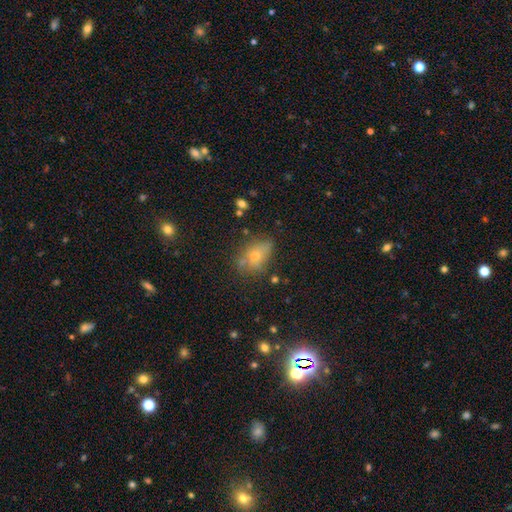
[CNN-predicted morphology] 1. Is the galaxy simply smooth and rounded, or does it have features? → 62% smooth, 24% featured or disk, 14% star or artifact.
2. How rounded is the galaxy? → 78% in between, 18% round, 4% cigar-shaped.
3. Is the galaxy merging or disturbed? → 61% none, 24% minor disturbance, 10% major disturbance, 6% merger.